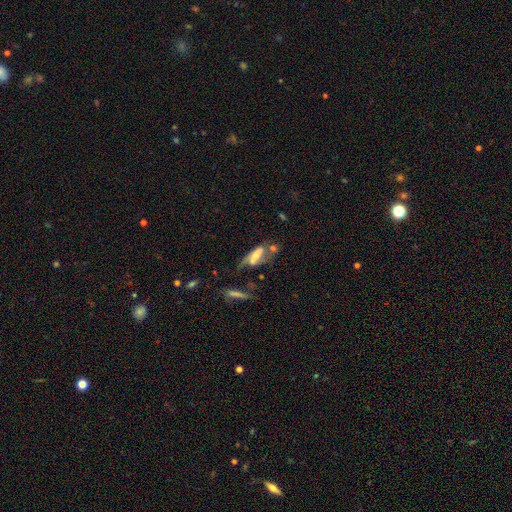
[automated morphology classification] Smooth or featured?
  - featured or disk: 50% *
  - smooth: 40%
  - star or artifact: 10%
Edge-on disk?
  - no: 82% *
  - yes: 18%
Merging?
  - major disturbance: 30% *
  - none: 27%
  - merger: 22%
  - minor disturbance: 20%